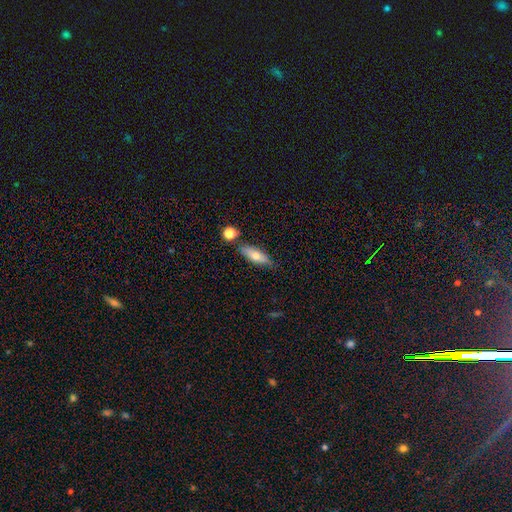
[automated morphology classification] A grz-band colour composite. It shows a smooth galaxy with no disk features (65%) that is in between round and cigar-shaped (58%). Merging: none (74%).